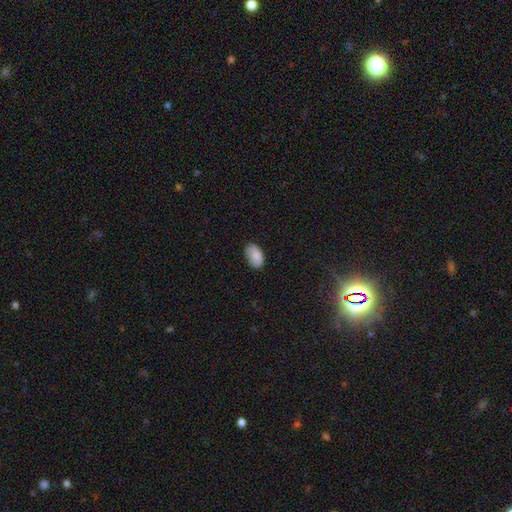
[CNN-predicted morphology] This appears to be a smooth galaxy with no disk features (86%) that is in between round and cigar-shaped (93%). Merging: none (79%).